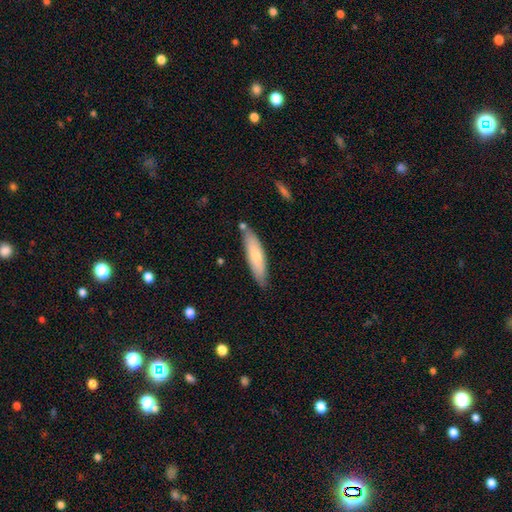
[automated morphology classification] Smooth or featured?
  - smooth: 68% *
  - featured or disk: 27%
  - star or artifact: 5%
How rounded?
  - cigar-shaped: 72% *
  - in between: 27%
  - round: 1%
Merging?
  - none: 77% *
  - minor disturbance: 15%
  - merger: 6%
  - major disturbance: 3%